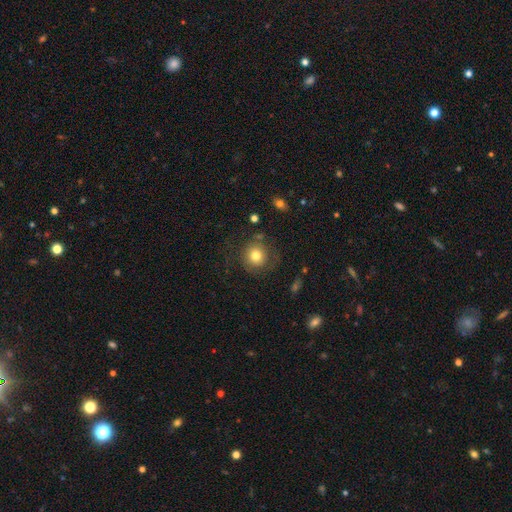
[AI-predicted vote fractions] A smooth galaxy with no disk features (75%) that is round (89%). Merging: none (69%).